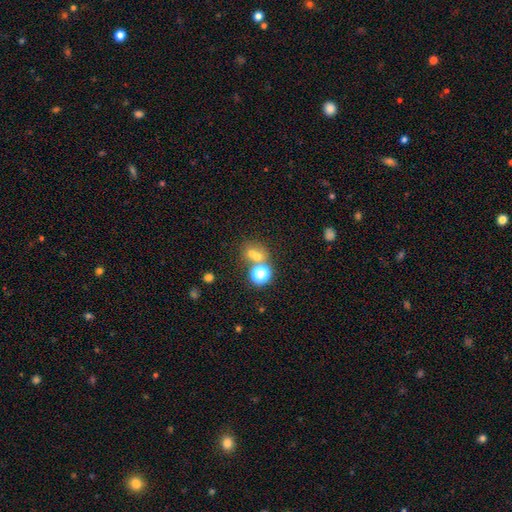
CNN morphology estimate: Smooth or featured?
  - smooth: 59% *
  - star or artifact: 27%
  - featured or disk: 13%
How rounded?
  - round: 78% *
  - in between: 21%
  - cigar-shaped: 1%
Merging?
  - none: 48% *
  - merger: 40%
  - minor disturbance: 7%
  - major disturbance: 4%